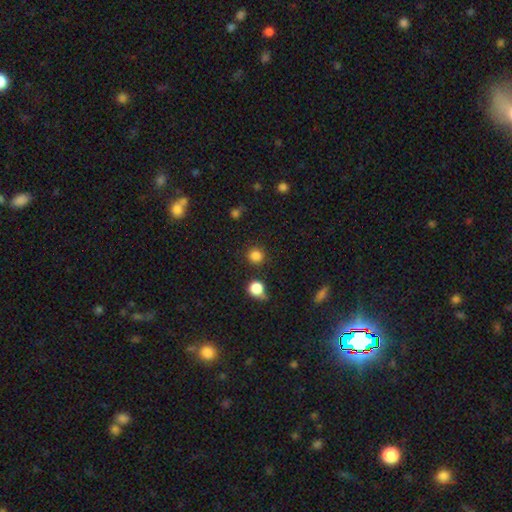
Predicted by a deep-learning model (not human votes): Smooth or featured?
  - smooth: 83% *
  - star or artifact: 14%
  - featured or disk: 4%
How rounded?
  - round: 92% *
  - in between: 7%
  - cigar-shaped: 1%
Merging?
  - none: 84% *
  - minor disturbance: 8%
  - merger: 4%
  - major disturbance: 3%